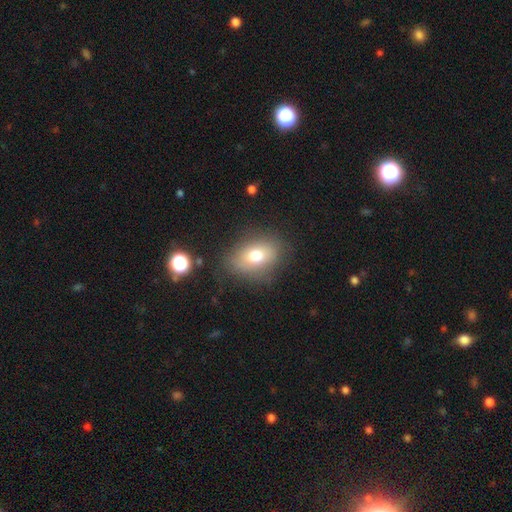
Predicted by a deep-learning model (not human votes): This appears to be a smooth galaxy with no disk features (74%) that is in between round and cigar-shaped (78%). Merging: none (76%).